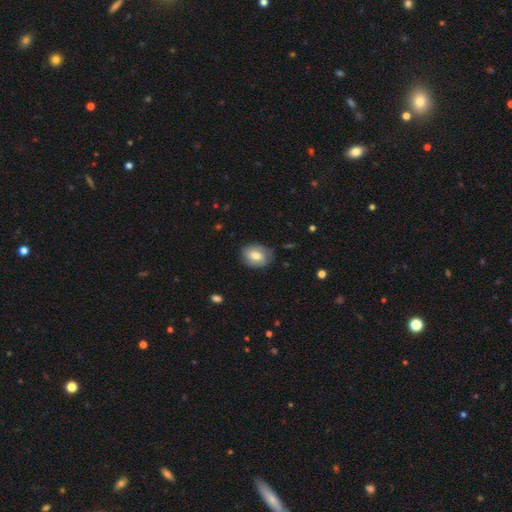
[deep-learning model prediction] smooth-or-featured: smooth: 68% | featured or disk: 24% | star or artifact: 7%
  how-rounded: in between: 68% | round: 31% | cigar-shaped: 1%
  merging: none: 75% | minor disturbance: 20% | major disturbance: 4% | merger: 1%